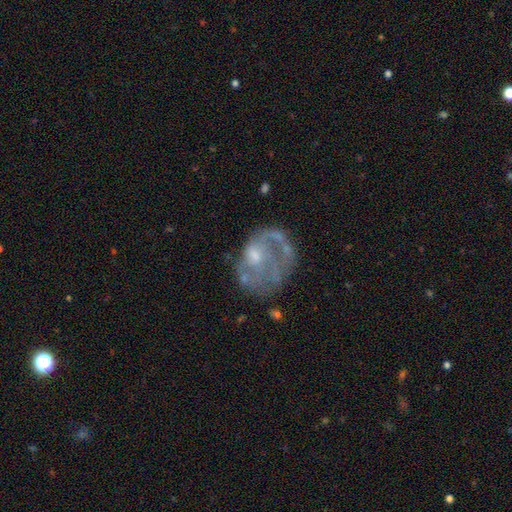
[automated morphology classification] smooth-or-featured: featured or disk: 66% | smooth: 25% | star or artifact: 9%
  disk-edge-on: no: 97% | yes: 3%
    bar: no: 76% | weak: 20% | strong: 3%
    has-spiral-arms: no: 61% | yes: 39%
    bulge-size: moderate: 39% | small: 37% | none: 19% | large: 3% | dominant: 1%
  merging: none: 40% | major disturbance: 33% | minor disturbance: 21% | merger: 7%